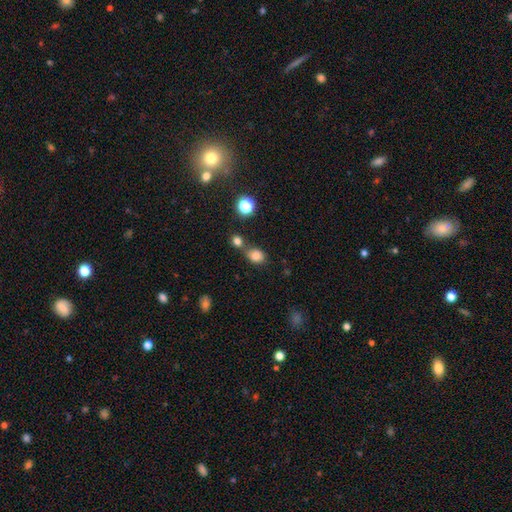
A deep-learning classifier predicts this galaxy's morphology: Overall: smooth (80%). How rounded: in between (51%; round 48%). Merging: none (58%; merger 26%).